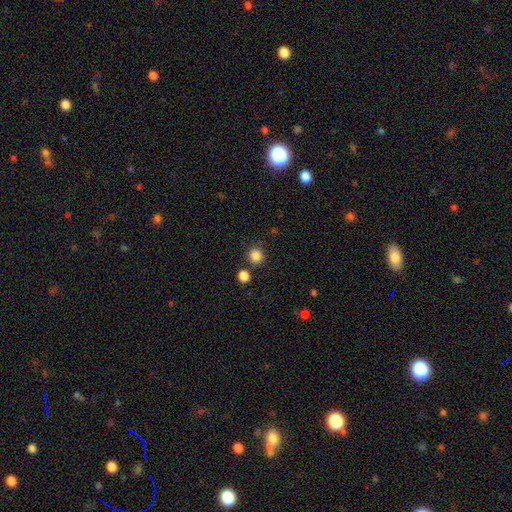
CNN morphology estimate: The model was most divided on "smooth or featured": smooth: 85%, star or artifact: 11%, featured or disk: 4%. More confident: how rounded — round (93%); merging — none (82%).